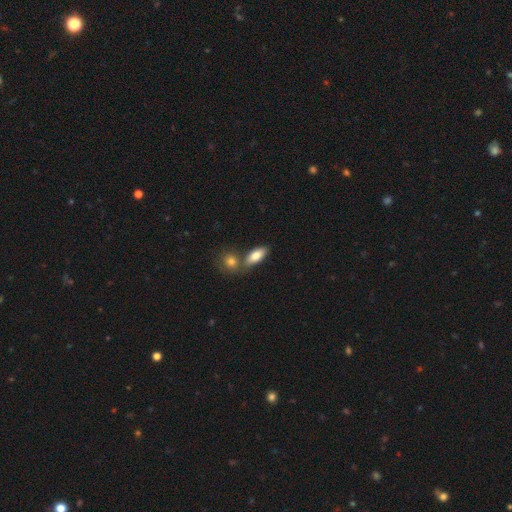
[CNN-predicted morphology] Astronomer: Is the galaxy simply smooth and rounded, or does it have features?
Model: smooth — 81%.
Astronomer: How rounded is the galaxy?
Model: in between — 83%.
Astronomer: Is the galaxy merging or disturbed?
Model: none — 56%.